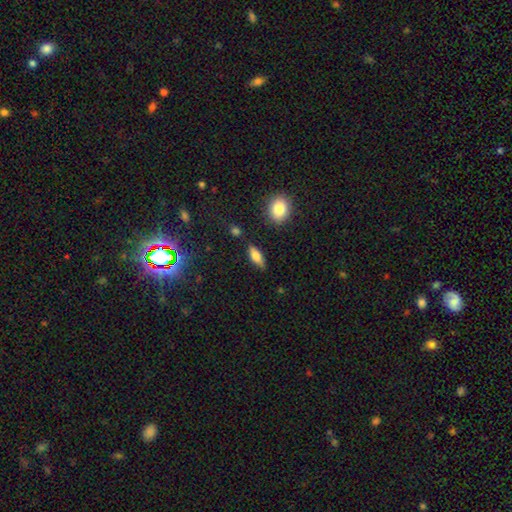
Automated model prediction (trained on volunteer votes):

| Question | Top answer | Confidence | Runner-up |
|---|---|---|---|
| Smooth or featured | smooth | 67% | featured or disk (25%) |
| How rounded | in between | 70% | cigar-shaped (26%) |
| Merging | none | 82% | minor disturbance (12%) |